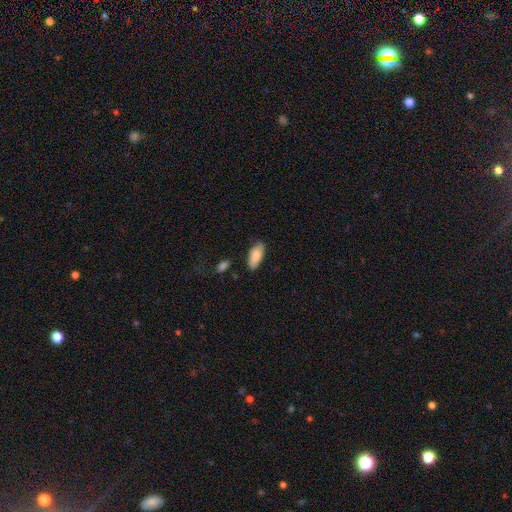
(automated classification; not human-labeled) A smooth galaxy with no disk features (85%) that is in between round and cigar-shaped (86%). Merging: none (76%).